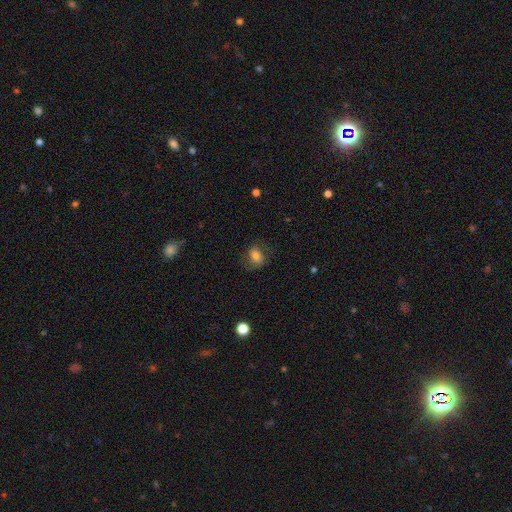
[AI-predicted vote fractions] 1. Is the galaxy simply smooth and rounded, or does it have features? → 66% smooth, 24% featured or disk, 10% star or artifact.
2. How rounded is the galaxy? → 62% in between, 37% round, 2% cigar-shaped.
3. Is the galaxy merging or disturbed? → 69% none, 19% minor disturbance, 11% major disturbance, 1% merger.